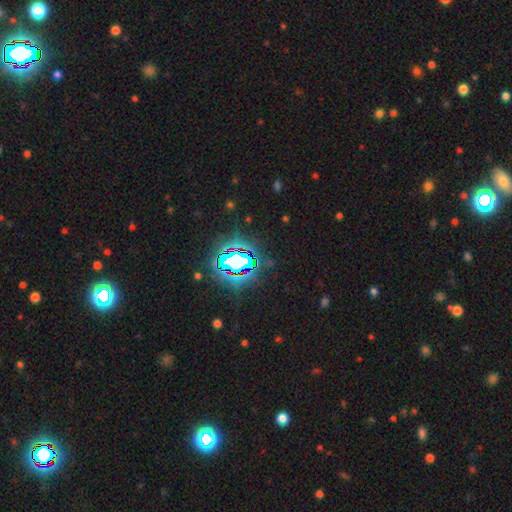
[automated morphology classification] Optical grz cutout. It shows a star or artifact, not a galaxy (83%).